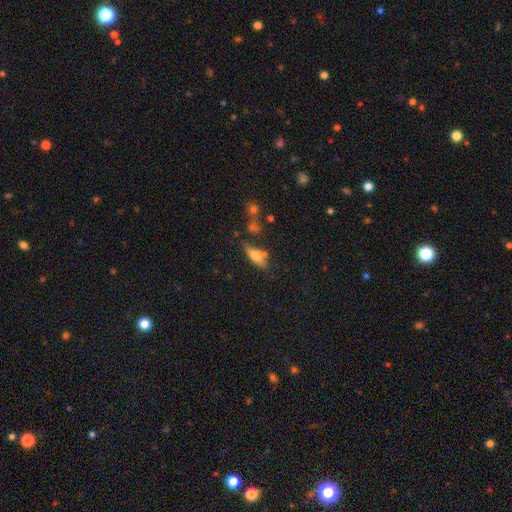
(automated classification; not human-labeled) Smooth or featured?
  - smooth: 58% *
  - featured or disk: 32%
  - star or artifact: 9%
How rounded?
  - in between: 53% *
  - cigar-shaped: 43%
  - round: 3%
Merging?
  - none: 64% *
  - minor disturbance: 18%
  - merger: 12%
  - major disturbance: 6%